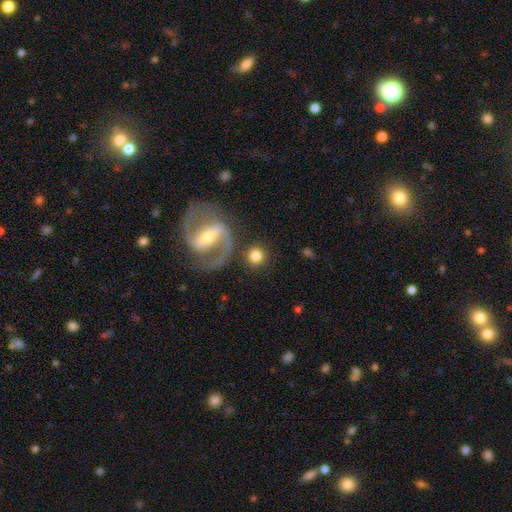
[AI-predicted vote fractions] Smooth or featured? Predicted: smooth (p=0.68). How rounded? Predicted: round (p=0.92). Merging? Predicted: none (p=0.80).